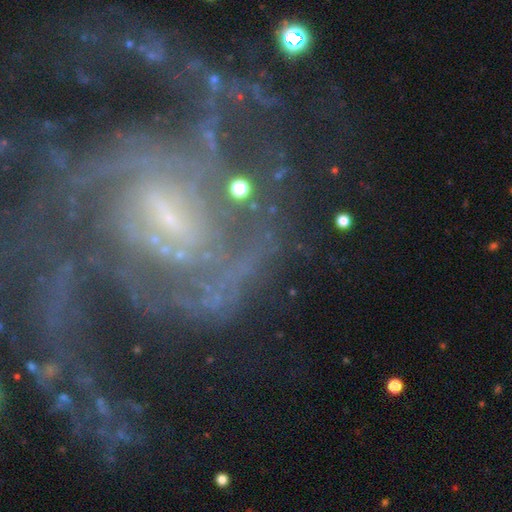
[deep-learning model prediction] Overall: featured or disk (88%). Edge-on disk: no (98%). Bar: weak (47%; strong 30%). Spiral arms: yes (96%). Spiral arm count: 2 (31%; can't tell 22%). Spiral winding: tight (42%; medium 41%). Bulge size: small (60%; moderate 22%). Merging: none (49%; major disturbance 27%).